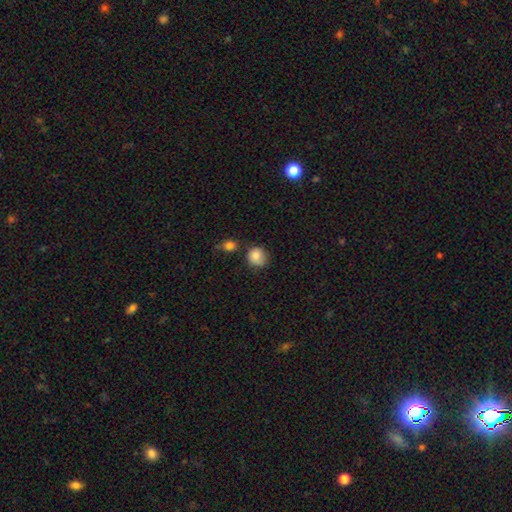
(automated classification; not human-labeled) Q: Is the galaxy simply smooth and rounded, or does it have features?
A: smooth — 84%.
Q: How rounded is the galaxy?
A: round — 87%.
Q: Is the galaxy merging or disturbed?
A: none — 68%.